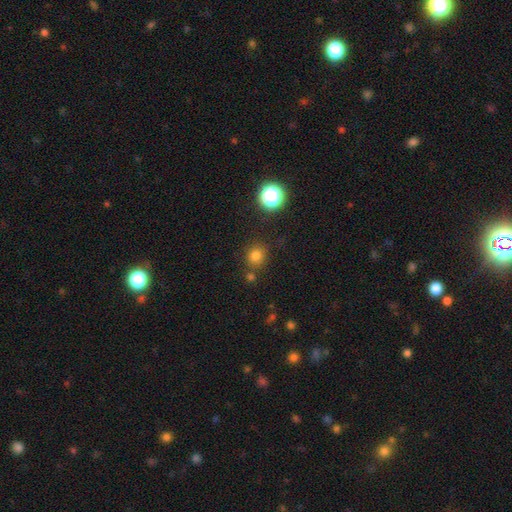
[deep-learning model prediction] A smooth galaxy with no disk features (76%) that is round (83%). Merging: none (78%).